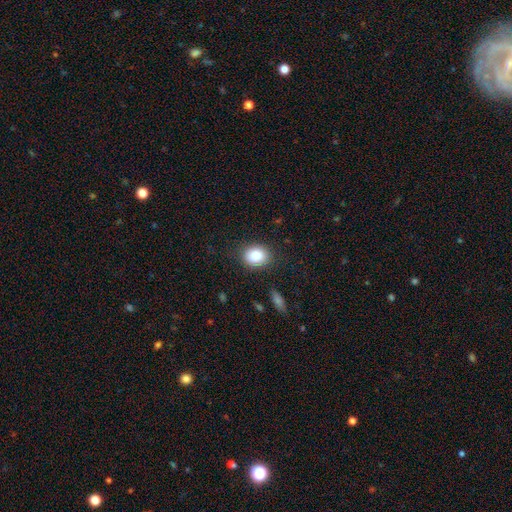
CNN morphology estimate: Overall: smooth (85%). How rounded: round (53%; in between 46%). Merging: none (84%).